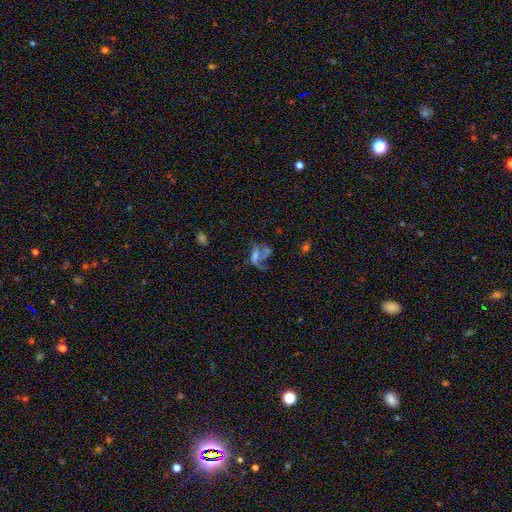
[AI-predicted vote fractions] This is marginally a featured or disk galaxy (44%). Merging: marginally major disturbance (35%).